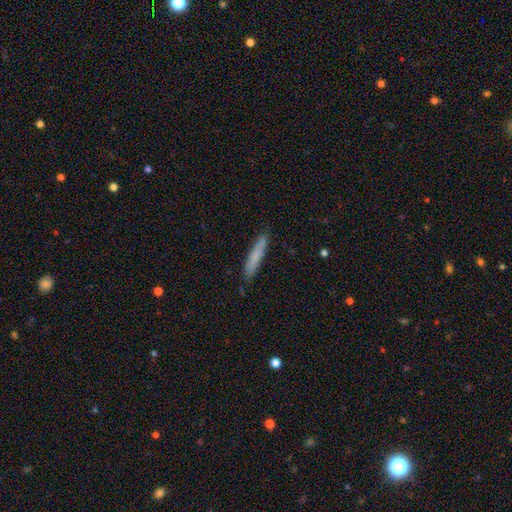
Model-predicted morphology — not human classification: A smooth galaxy with no disk features (74%) that is cigar-shaped (93%). Merging: none (85%).